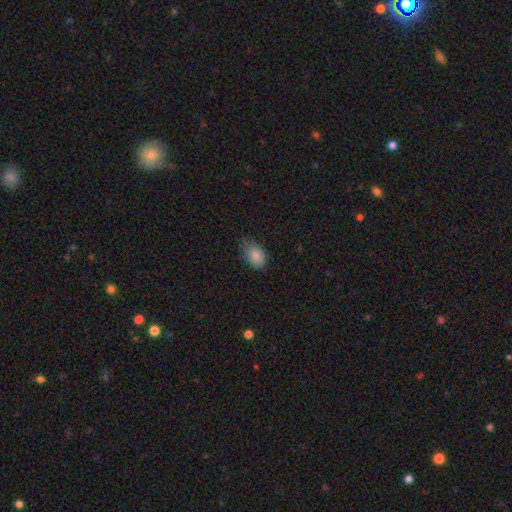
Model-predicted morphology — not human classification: Q: Smooth or featured?
A: smooth (86%); runner-up: star or artifact (8%)
Q: How rounded?
A: in between (84%); runner-up: round (15%)
Q: Merging?
A: none (59%); runner-up: minor disturbance (33%)